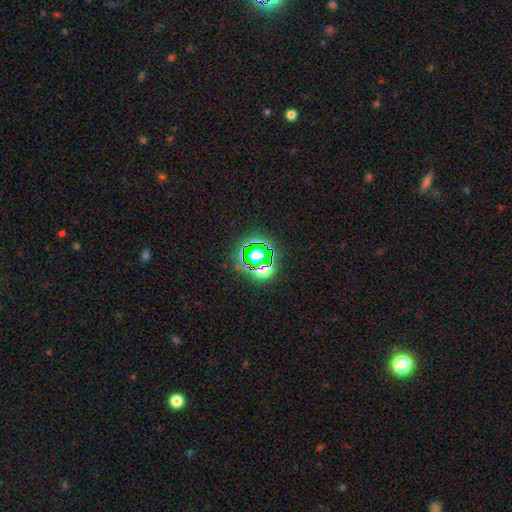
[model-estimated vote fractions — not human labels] The model was most divided on "smooth or featured": star or artifact: 62%, smooth: 24%, featured or disk: 13%.